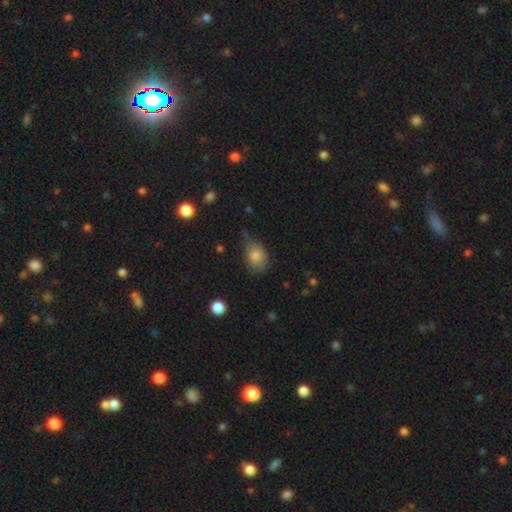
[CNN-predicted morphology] This is clearly a smooth galaxy (84%). How rounded: likely in between (73%). Merging: likely none (66%).